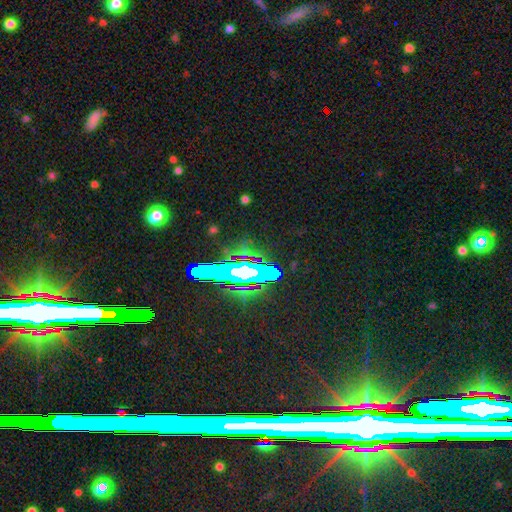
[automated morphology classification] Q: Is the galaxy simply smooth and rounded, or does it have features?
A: star or artifact — 70%.